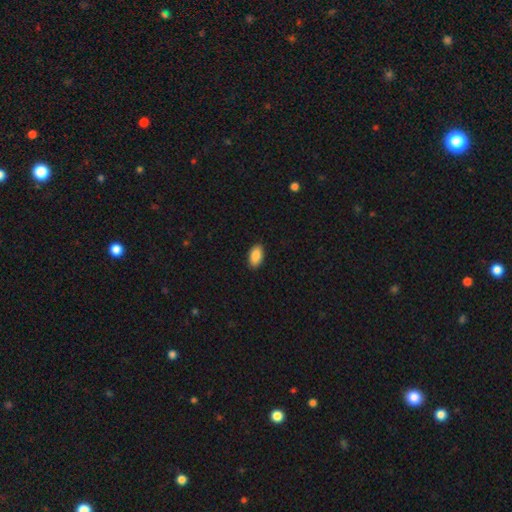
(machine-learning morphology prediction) Smooth or featured: smooth — 90% (star or artifact — 7%)
How rounded: in between — 94% (round — 4%)
Merging: none — 89% (minor disturbance — 8%)